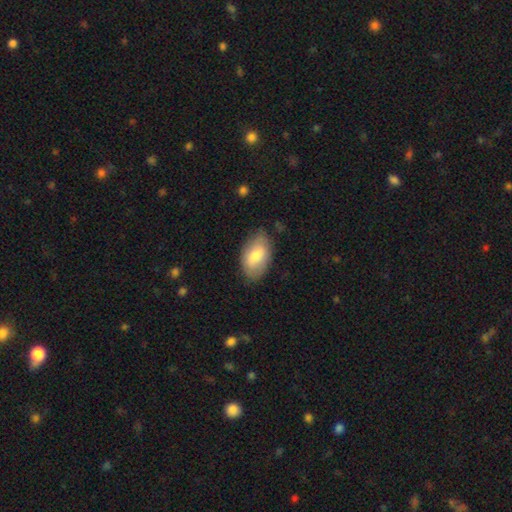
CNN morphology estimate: Smooth or featured? Predicted: smooth (p=0.73). How rounded? Predicted: in between (p=0.93). Merging? Predicted: none (p=0.75).